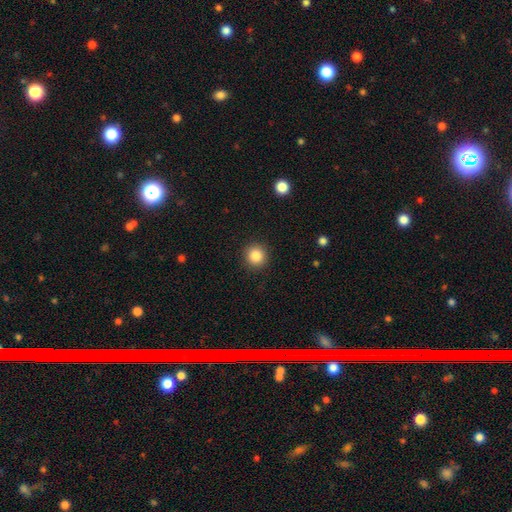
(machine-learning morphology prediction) smooth_or_featured: smooth (p=0.86) [alt: star or artifact p=0.10]
how_rounded: round (p=0.94) [alt: in between p=0.05]
merging: none (p=0.91) [alt: minor disturbance p=0.06]